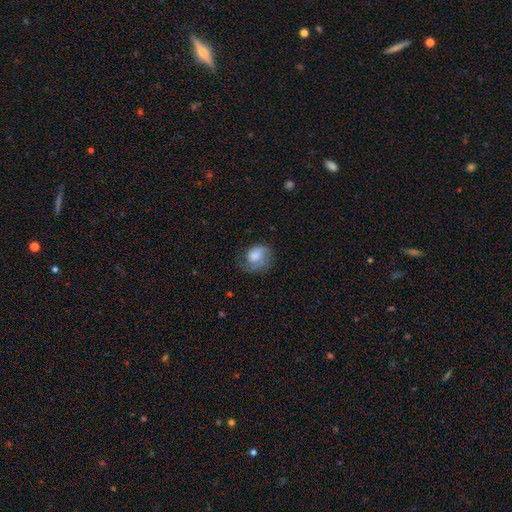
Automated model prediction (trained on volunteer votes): This is possibly a smooth galaxy (50%). How rounded: possibly round (55%). Merging: possibly none (50%).